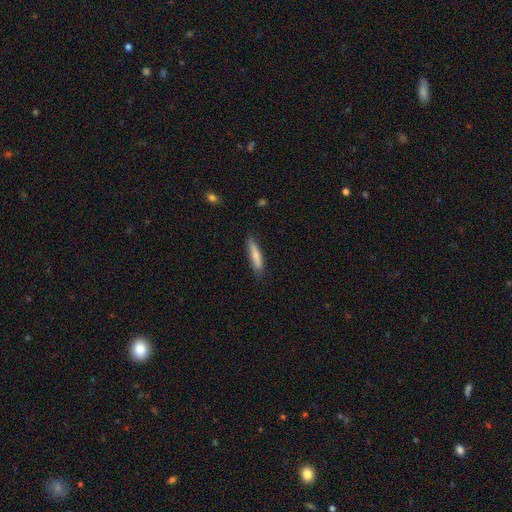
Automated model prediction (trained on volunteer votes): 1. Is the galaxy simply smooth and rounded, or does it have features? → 73% smooth, 21% featured or disk, 6% star or artifact.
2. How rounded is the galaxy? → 85% cigar-shaped, 13% in between, 1% round.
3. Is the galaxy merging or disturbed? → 83% none, 13% minor disturbance, 2% major disturbance, 1% merger.